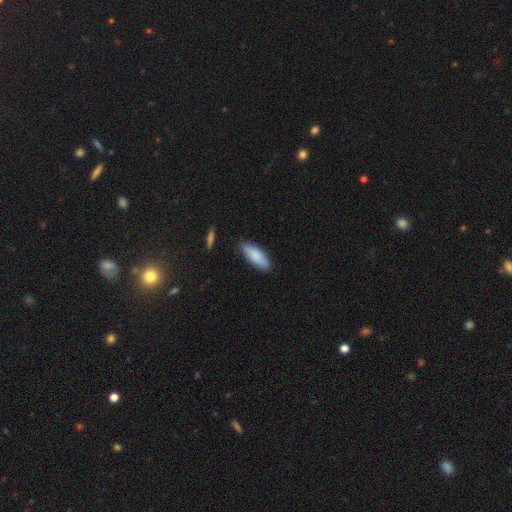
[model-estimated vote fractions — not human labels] Smooth or featured? smooth (84%)
How rounded? in between (74%)
Merging? none (78%)